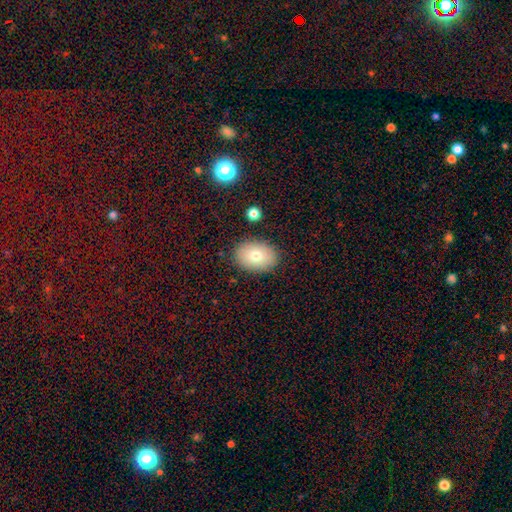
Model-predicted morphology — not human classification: smooth 77%, featured or disk 15%, star or artifact 8%. Down the decision tree: how rounded — in between (78%); merging — none (87%).